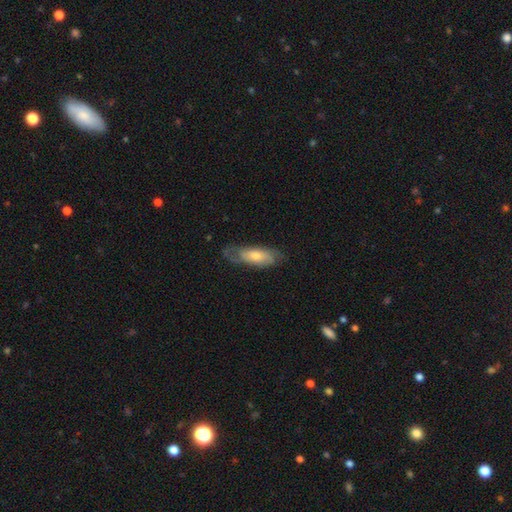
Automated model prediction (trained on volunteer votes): smooth-or-featured: featured or disk: 49% | smooth: 44% | star or artifact: 6%
  merging: none: 65% | minor disturbance: 24% | major disturbance: 10% | merger: 1%